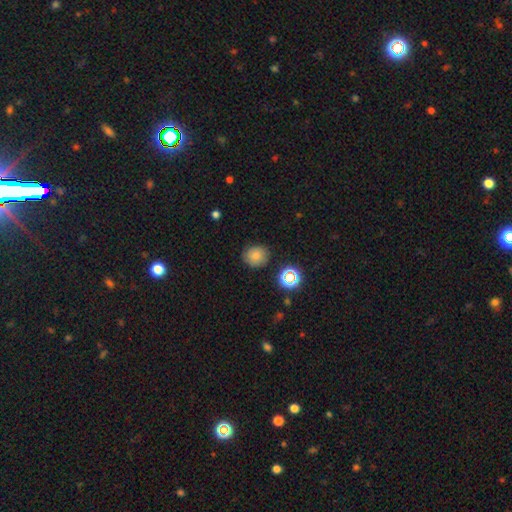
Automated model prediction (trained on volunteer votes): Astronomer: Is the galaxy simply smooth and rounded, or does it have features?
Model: smooth — 75%.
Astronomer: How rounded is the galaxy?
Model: round — 84%.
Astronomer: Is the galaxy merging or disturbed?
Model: none — 81%.